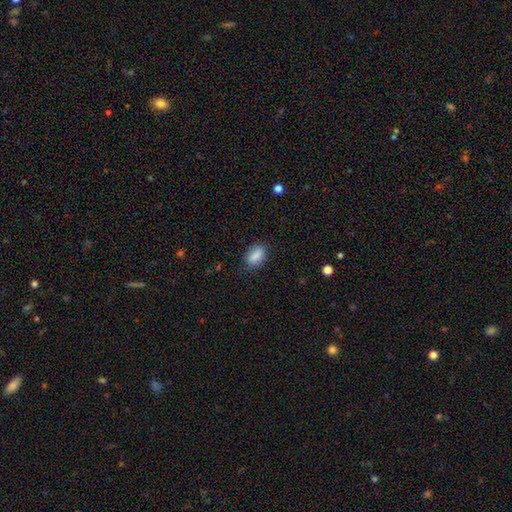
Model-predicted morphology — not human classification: Smooth or featured: smooth — 88% (star or artifact — 8%)
How rounded: in between — 87% (round — 10%)
Merging: none — 82% (minor disturbance — 13%)